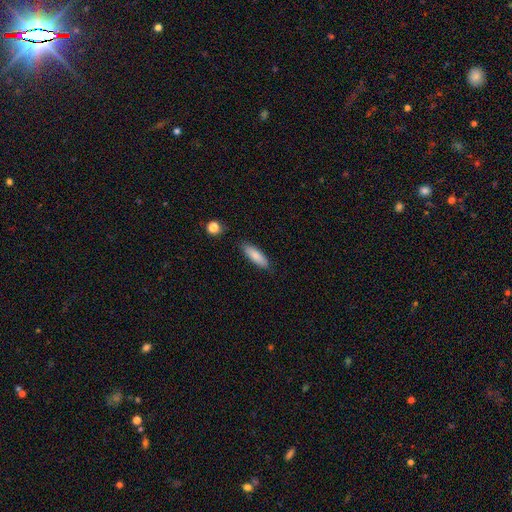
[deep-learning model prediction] Overall: smooth (84%). How rounded: in between (50%; cigar-shaped 48%). Merging: none (84%).